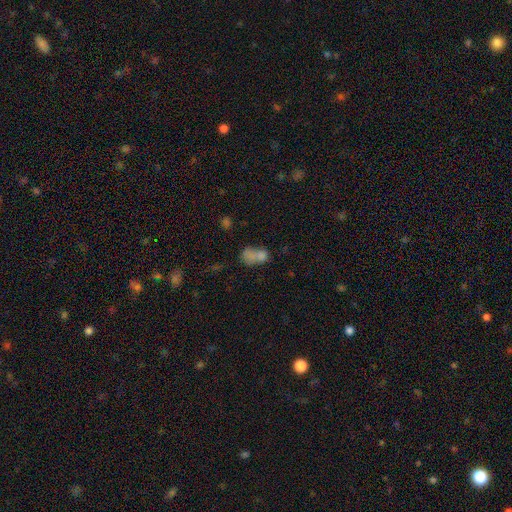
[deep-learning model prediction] The model was most divided on "merging": merger: 47%, none: 25%, minor disturbance: 14%, major disturbance: 14%. More confident: how rounded — in between (79%); smooth or featured — smooth (70%).